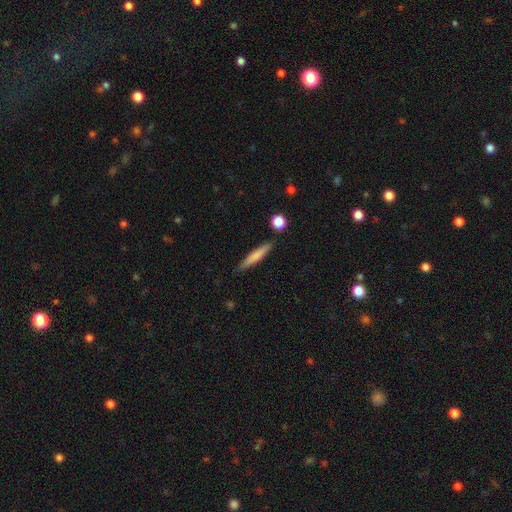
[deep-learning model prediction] smooth 71%, featured or disk 23%, star or artifact 6%. Down the decision tree: how rounded — cigar-shaped (92%); merging — none (86%).